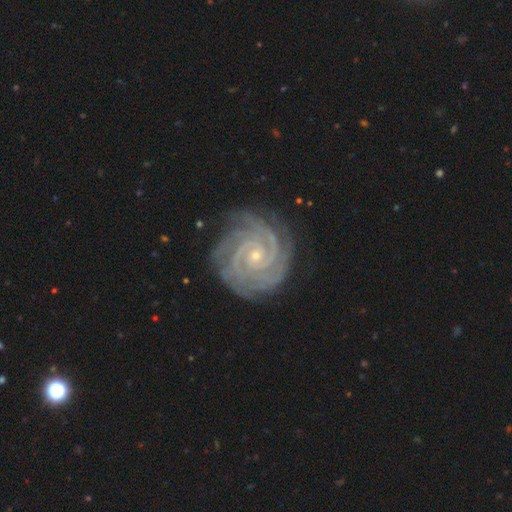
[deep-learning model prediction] Q: Smooth or featured?
A: featured or disk (92%); runner-up: star or artifact (5%)
Q: Edge-on disk?
A: no (98%); runner-up: yes (2%)
Q: Bar?
A: no (68%); runner-up: weak (22%)
Q: Spiral arms?
A: yes (99%); runner-up: no (1%)
Q: Spiral winding?
A: tight (84%); runner-up: medium (14%)
Q: Spiral arm count?
A: 3 (29%); runner-up: 2 (22%)
Q: Bulge size?
A: small (81%); runner-up: moderate (16%)
Q: Merging?
A: none (79%); runner-up: minor disturbance (15%)